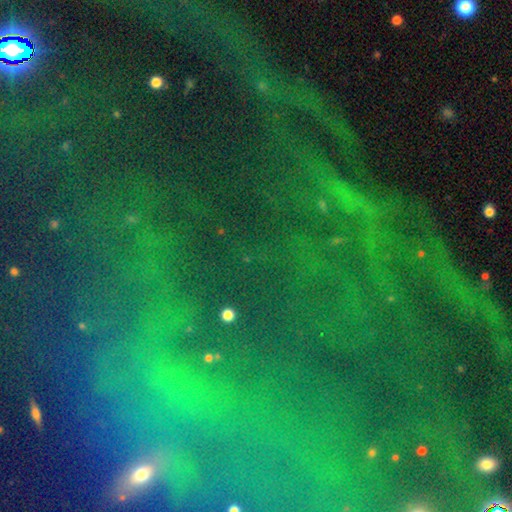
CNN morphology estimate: Q: Smooth or featured?
A: star or artifact (80%); runner-up: smooth (11%)